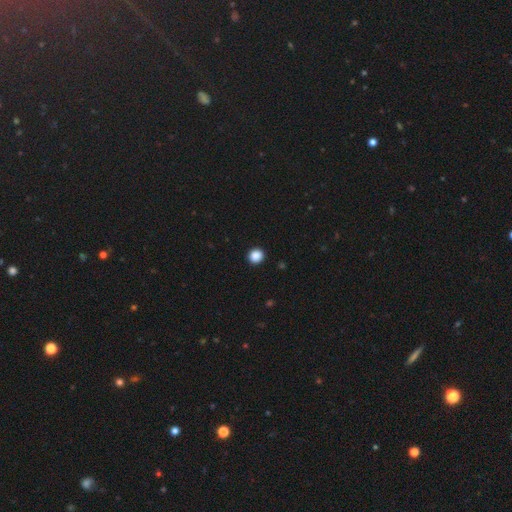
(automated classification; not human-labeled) Smooth or featured?
  - smooth: 88% *
  - star or artifact: 10%
  - featured or disk: 2%
How rounded?
  - round: 92% *
  - in between: 7%
  - cigar-shaped: 1%
Merging?
  - none: 93% *
  - minor disturbance: 4%
  - major disturbance: 1%
  - merger: 1%